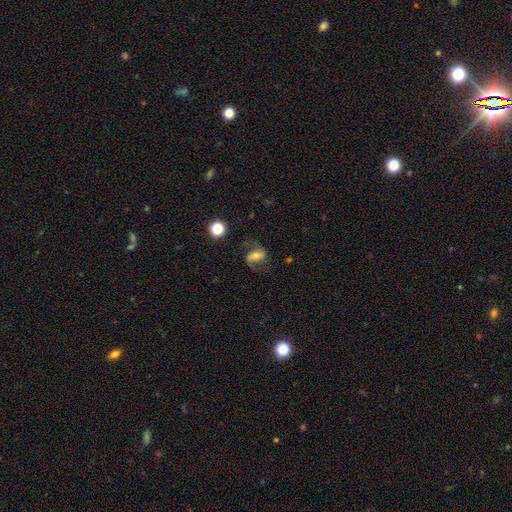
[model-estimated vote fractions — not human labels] This appears to be a featured or disk galaxy (59%) with a strong bar (37%), spiral arms (86%) and a moderate central bulge (53%). Merging: none (69%).